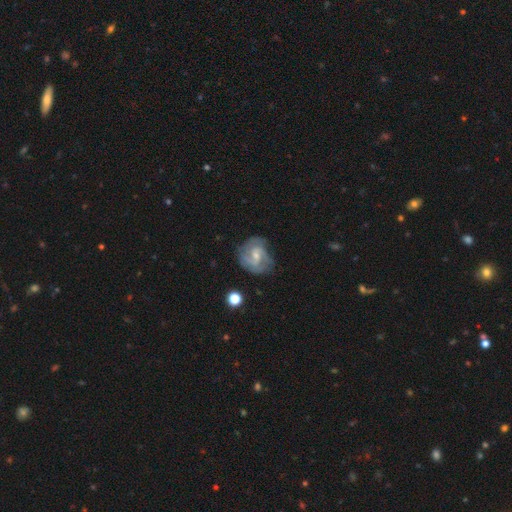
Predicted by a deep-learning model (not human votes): Smooth or featured? Predicted: featured or disk (p=0.74). Edge-on disk? Predicted: no (p=0.98). Bar? Predicted: weak (p=0.53). Spiral arms? Predicted: yes (p=0.90). Spiral winding? Predicted: medium (p=0.46). Spiral arm count? Predicted: 2 (p=0.45). Bulge size? Predicted: small (p=0.54). Merging? Predicted: none (p=0.63).